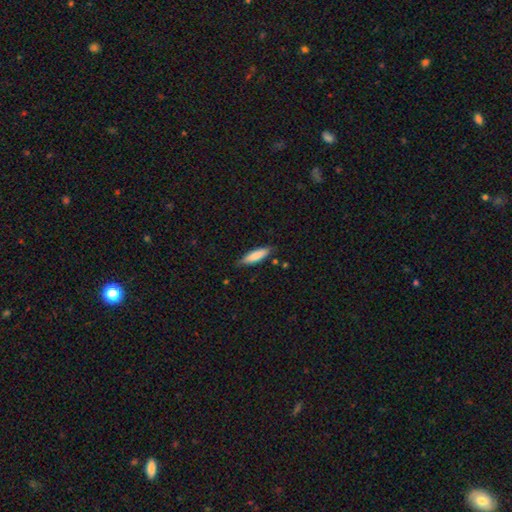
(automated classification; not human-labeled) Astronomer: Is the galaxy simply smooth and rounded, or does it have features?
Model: smooth — 82%.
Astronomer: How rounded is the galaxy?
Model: cigar-shaped — 63%.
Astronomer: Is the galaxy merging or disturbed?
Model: none — 81%.